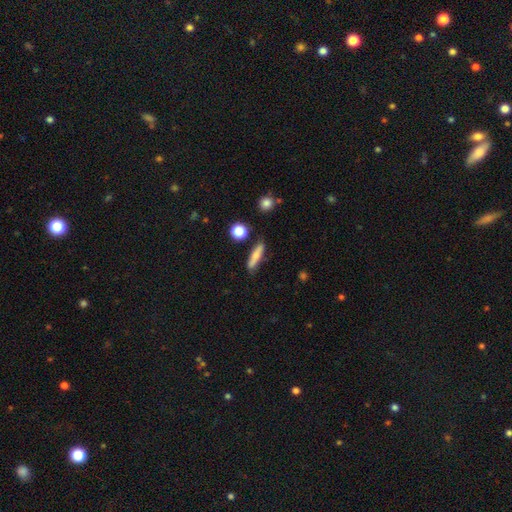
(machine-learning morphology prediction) smooth-or-featured: smooth: 68% | featured or disk: 24% | star or artifact: 8%
  how-rounded: cigar-shaped: 78% | in between: 17% | round: 4%
  merging: none: 81% | minor disturbance: 13% | merger: 4% | major disturbance: 3%